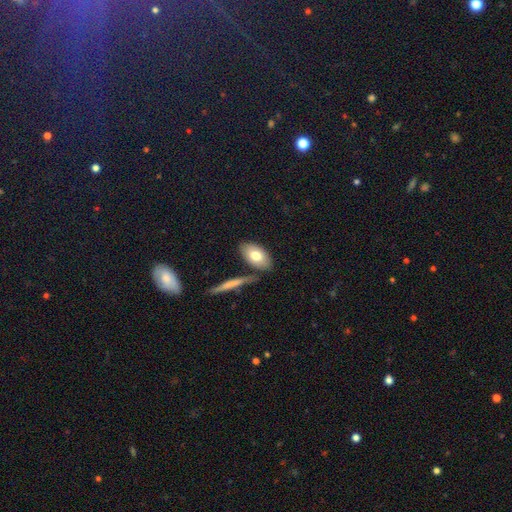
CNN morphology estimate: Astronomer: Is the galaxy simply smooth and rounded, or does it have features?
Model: smooth — 72%.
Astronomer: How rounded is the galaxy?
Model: in between — 90%.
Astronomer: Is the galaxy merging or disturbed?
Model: none — 75%.